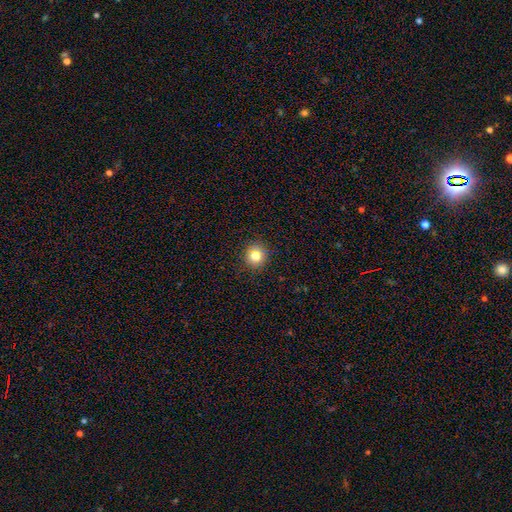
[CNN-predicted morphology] type=smooth (81%); roundness=round (90%); merging=none (91%).